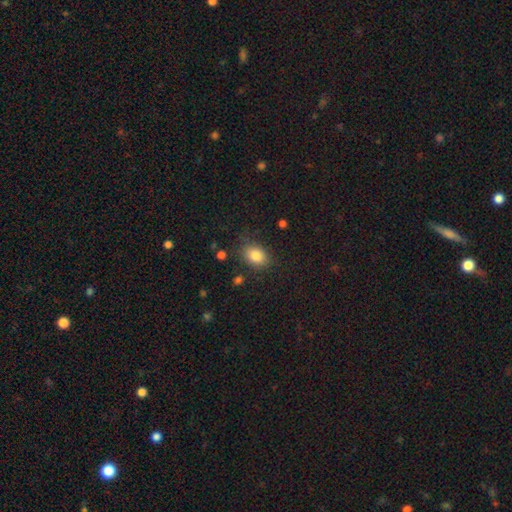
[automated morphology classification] Q: Smooth or featured?
A: smooth (83%); runner-up: star or artifact (10%)
Q: How rounded?
A: in between (70%); runner-up: round (28%)
Q: Merging?
A: none (80%); runner-up: minor disturbance (14%)